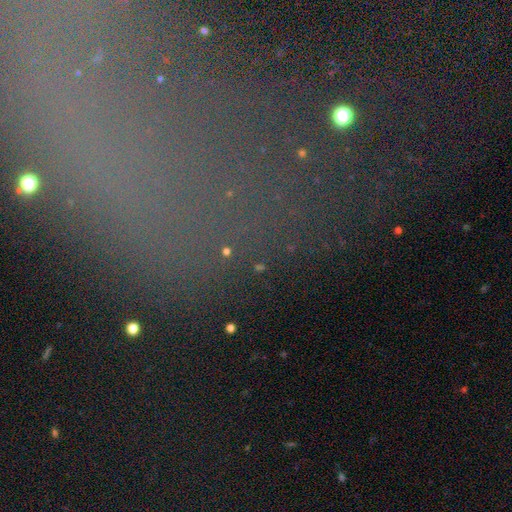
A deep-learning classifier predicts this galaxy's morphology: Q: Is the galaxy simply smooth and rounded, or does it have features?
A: star or artifact — 71%.